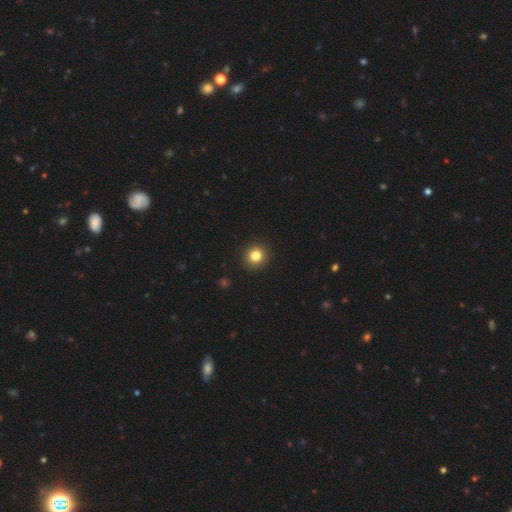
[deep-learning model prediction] Smooth or featured: smooth — 82% (star or artifact — 12%)
How rounded: round — 92% (in between — 7%)
Merging: none — 93% (minor disturbance — 5%)